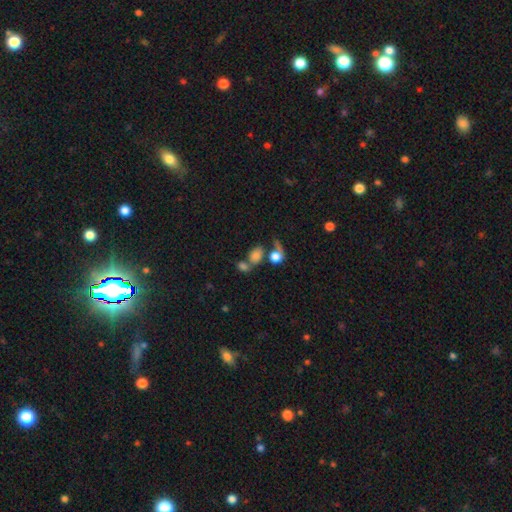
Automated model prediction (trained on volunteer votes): Q: Smooth or featured?
A: smooth (75%); runner-up: star or artifact (13%)
Q: How rounded?
A: in between (58%); runner-up: round (40%)
Q: Merging?
A: merger (42%); runner-up: none (35%)